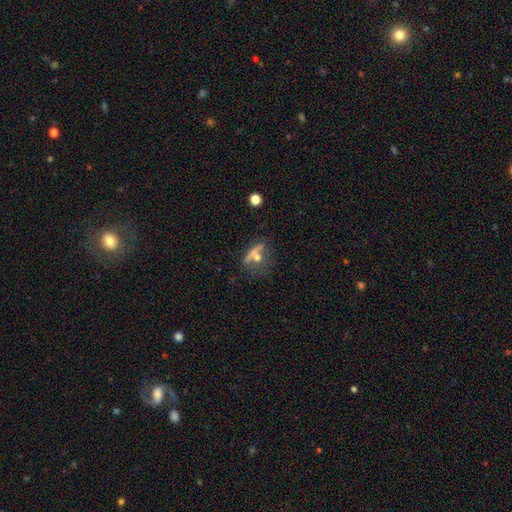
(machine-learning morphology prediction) type=smooth (51%); roundness=round (57%); merging=none (48%).